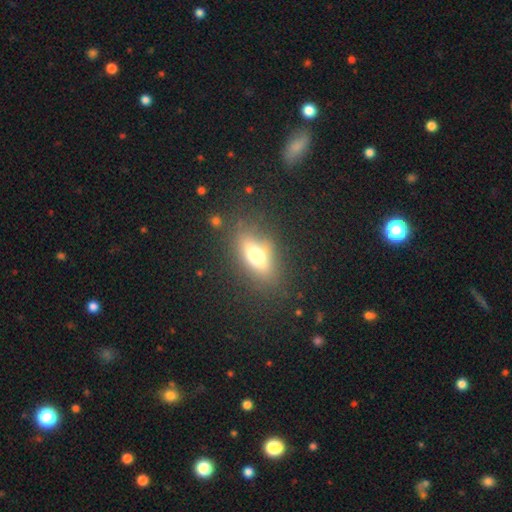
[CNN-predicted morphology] Q: Smooth or featured?
A: smooth (60%); runner-up: featured or disk (28%)
Q: How rounded?
A: in between (72%); runner-up: cigar-shaped (19%)
Q: Merging?
A: none (76%); runner-up: minor disturbance (14%)